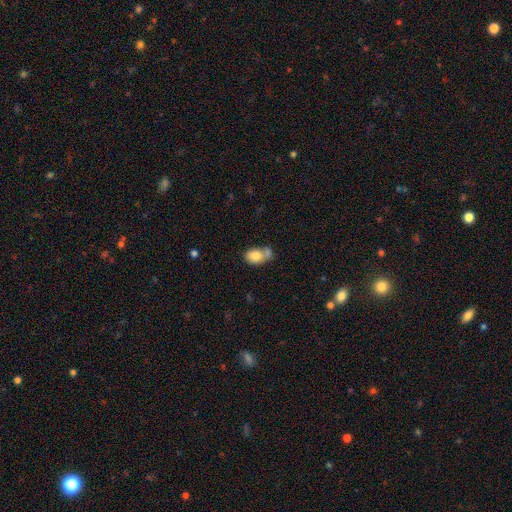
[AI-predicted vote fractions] This is clearly a smooth galaxy (81%). How rounded: likely in between (74%). Merging: marginally merger (44%).